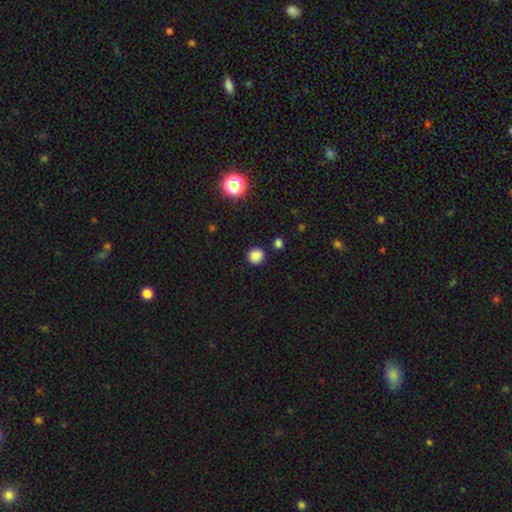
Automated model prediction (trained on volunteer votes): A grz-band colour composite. It shows a smooth galaxy with no disk features (84%) that is round (90%). Merging: none (87%).